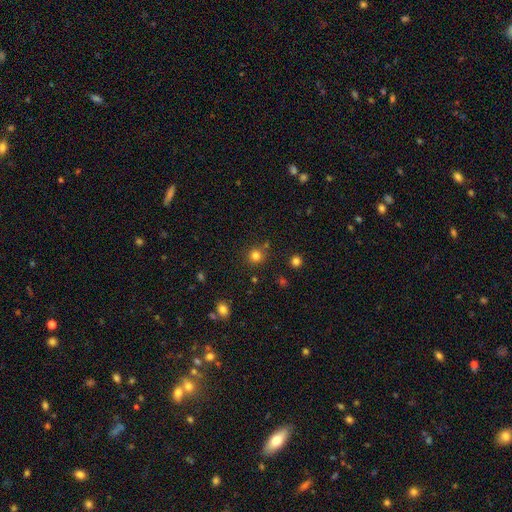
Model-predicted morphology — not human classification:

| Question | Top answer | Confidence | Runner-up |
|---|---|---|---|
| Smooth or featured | smooth | 79% | star or artifact (15%) |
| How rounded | round | 92% | in between (7%) |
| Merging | none | 82% | minor disturbance (8%) |